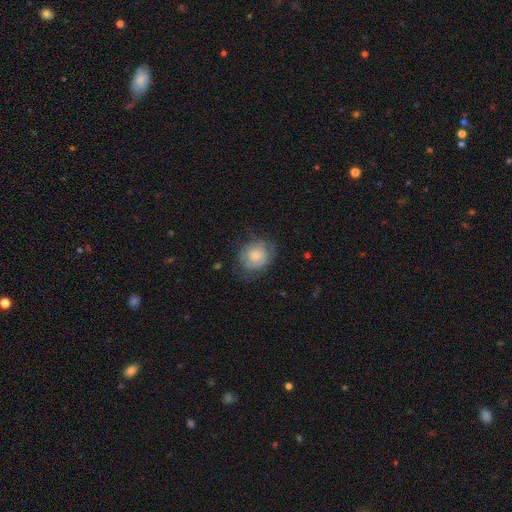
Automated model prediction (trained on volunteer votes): Smooth or featured? smooth (62%)
How rounded? round (68%)
Merging? none (68%)